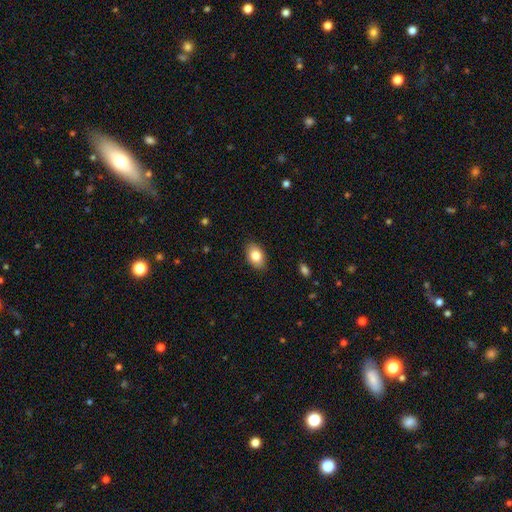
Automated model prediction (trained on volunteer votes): smooth-or-featured: smooth: 83% | featured or disk: 10% | star or artifact: 8%
  how-rounded: in between: 88% | round: 11% | cigar-shaped: 1%
  merging: none: 88% | minor disturbance: 9% | major disturbance: 2% | merger: 1%